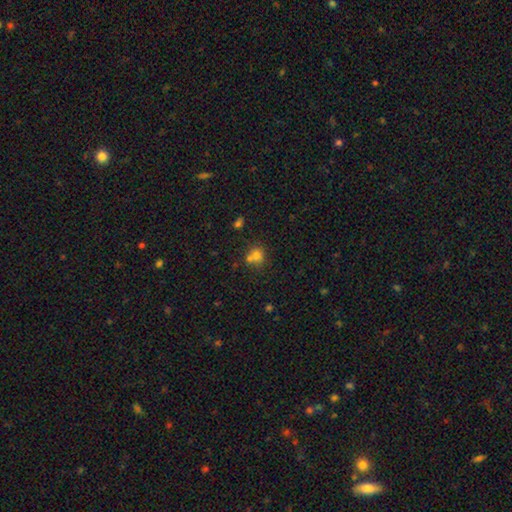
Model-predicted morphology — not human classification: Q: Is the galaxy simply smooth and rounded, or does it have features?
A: smooth — 75%.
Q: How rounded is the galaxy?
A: round — 79%.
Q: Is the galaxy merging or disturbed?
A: none — 48%.